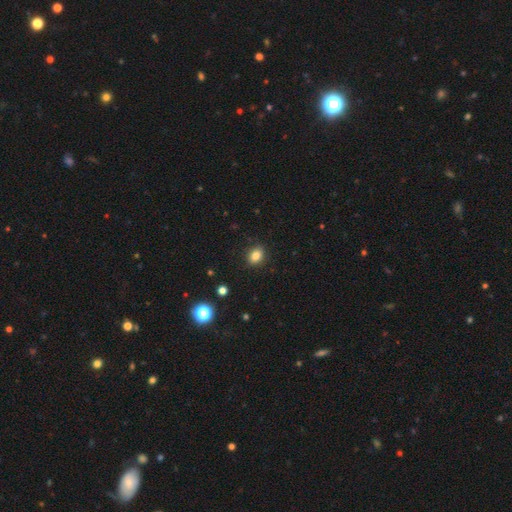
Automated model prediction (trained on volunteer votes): smooth-or-featured: smooth: 84% | star or artifact: 11% | featured or disk: 5%
  how-rounded: in between: 58% | round: 40% | cigar-shaped: 1%
  merging: none: 85% | minor disturbance: 11% | major disturbance: 2% | merger: 1%